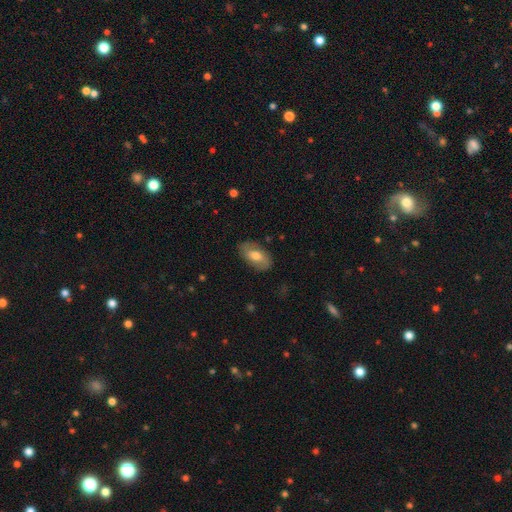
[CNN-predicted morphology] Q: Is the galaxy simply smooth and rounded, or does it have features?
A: smooth — 57%.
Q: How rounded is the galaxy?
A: in between — 92%.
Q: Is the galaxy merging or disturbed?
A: none — 80%.